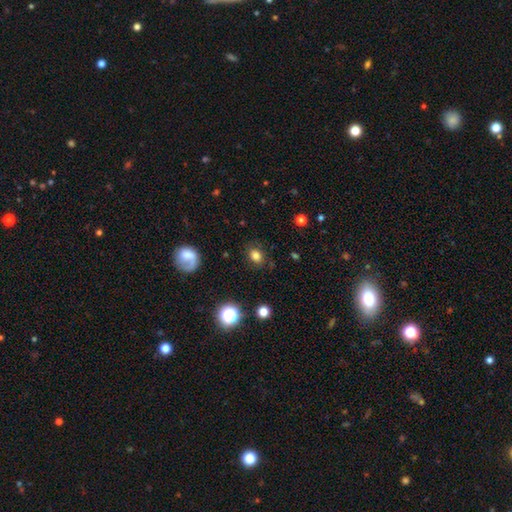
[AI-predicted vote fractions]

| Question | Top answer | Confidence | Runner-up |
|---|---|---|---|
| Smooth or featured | smooth | 78% | star or artifact (13%) |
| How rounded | in between | 55% | round (43%) |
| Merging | none | 82% | minor disturbance (12%) |